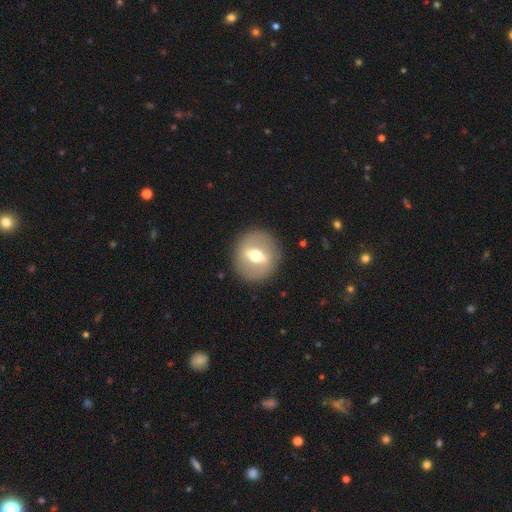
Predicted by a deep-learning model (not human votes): This appears to be a featured or disk galaxy (60%). Merging: none (88%).